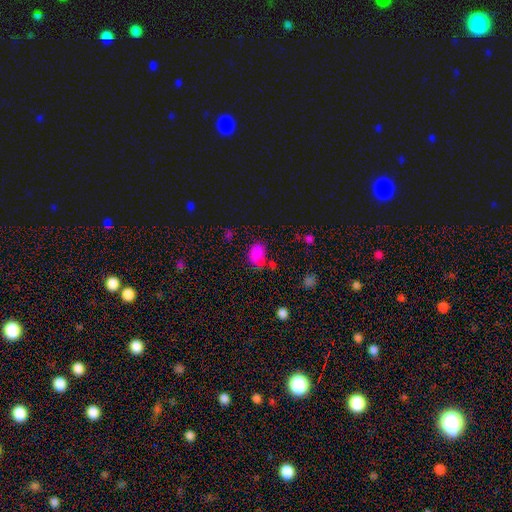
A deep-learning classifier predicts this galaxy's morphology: Smooth or featured? Predicted: smooth (p=0.78). How rounded? Predicted: in between (p=0.79). Merging? Predicted: none (p=0.47).